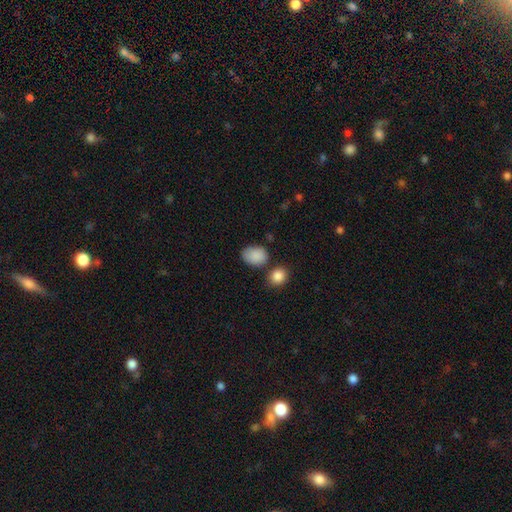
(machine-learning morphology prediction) Q: Smooth or featured?
A: smooth (88%); runner-up: star or artifact (7%)
Q: How rounded?
A: in between (73%); runner-up: round (25%)
Q: Merging?
A: none (65%); runner-up: minor disturbance (19%)